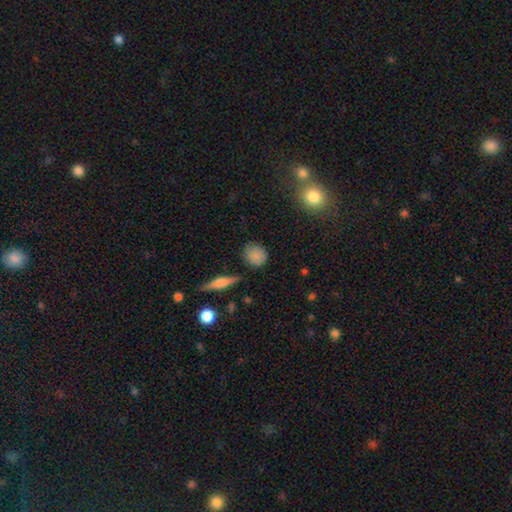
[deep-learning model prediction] Smooth or featured: smooth — 81% (star or artifact — 10%)
How rounded: round — 80% (in between — 18%)
Merging: none — 76% (minor disturbance — 17%)